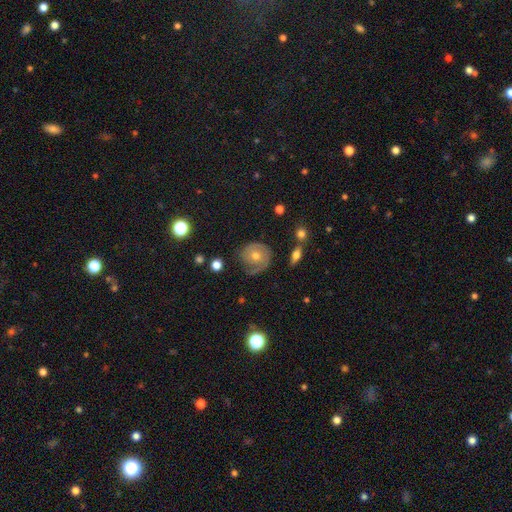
Volunteers were most divided on "spiral arm count": 1: 40%, can't tell: 36%, 2: 16%, 3: 8%, 4: 0%, more than 4: 0%. More confident: edge-on disk — no (100%); spiral arms — yes (93%); bar — no (78%); bulge size — moderate (70%); smooth or featured — featured or disk (69%); spiral winding — tight (68%); merging — none (53%).